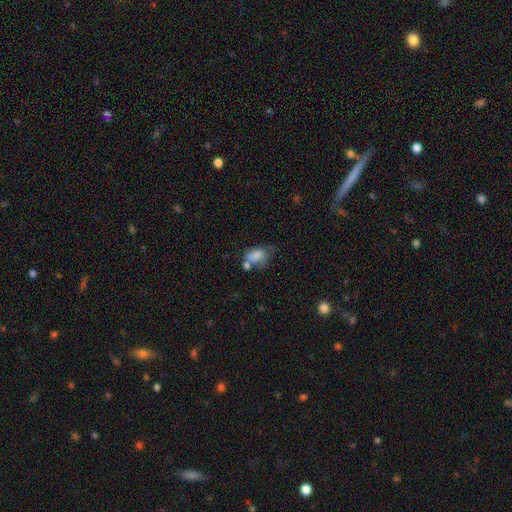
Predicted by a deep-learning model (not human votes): Morphology: type=smooth (74%); roundness=in between (83%); merging=none (31%).